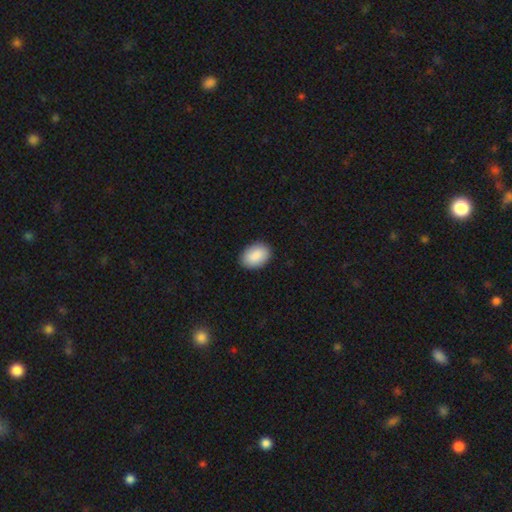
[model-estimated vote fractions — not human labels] Smooth or featured? Predicted: smooth (p=0.90). How rounded? Predicted: in between (p=0.85). Merging? Predicted: none (p=0.89).